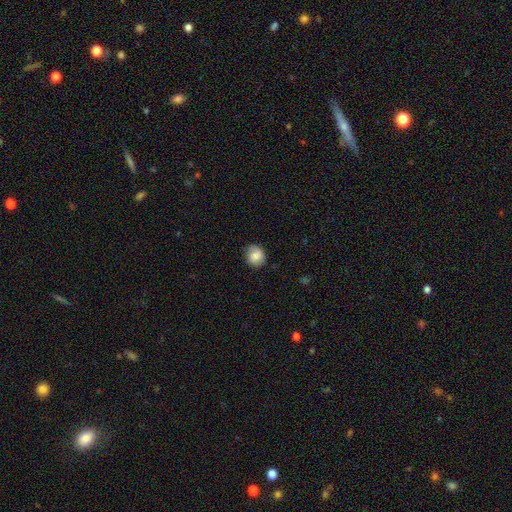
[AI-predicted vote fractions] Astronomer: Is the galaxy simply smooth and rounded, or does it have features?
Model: smooth — 83%.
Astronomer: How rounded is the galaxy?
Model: round — 82%.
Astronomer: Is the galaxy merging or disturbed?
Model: none — 77%.